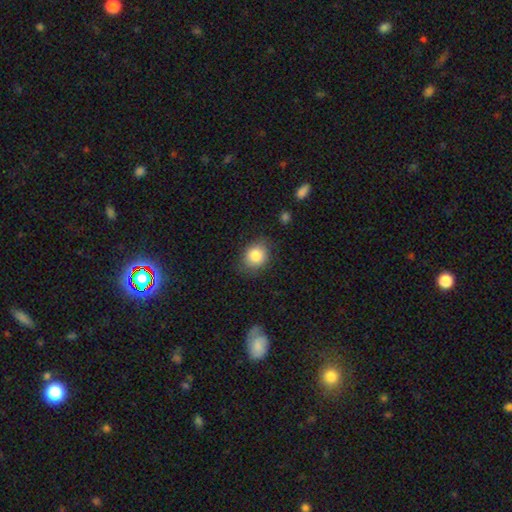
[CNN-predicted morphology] A smooth galaxy with no disk features (83%) that is round (62%).

Vote fractions:
- Smooth or featured? smooth: 83% / star or artifact: 9% / featured or disk: 8%
- How rounded? round: 62% / in between: 37% / cigar-shaped: 1%
- Merging? none: 78% / minor disturbance: 16% / major disturbance: 4% / merger: 1%